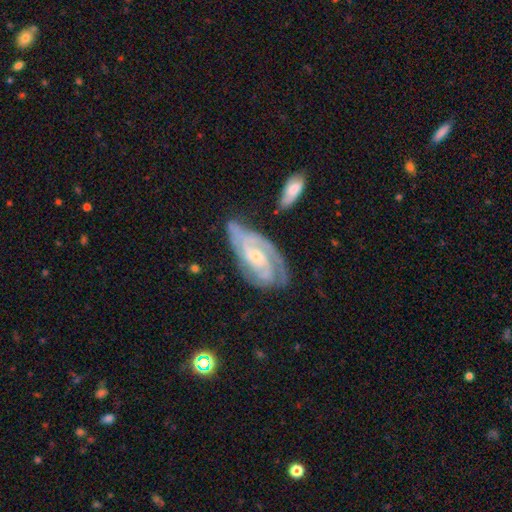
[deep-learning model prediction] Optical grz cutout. It shows a featured or disk galaxy (85%) with no bar (54%), 2 (43%) tight (61%) spiral arms (96%) and a small central bulge (65%). Merging: none (58%).